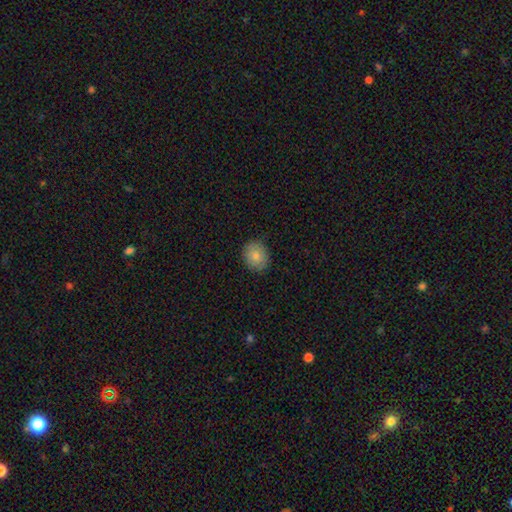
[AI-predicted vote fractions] This appears to be a smooth galaxy with no disk features (82%) that is round (63%). Merging: none (87%).